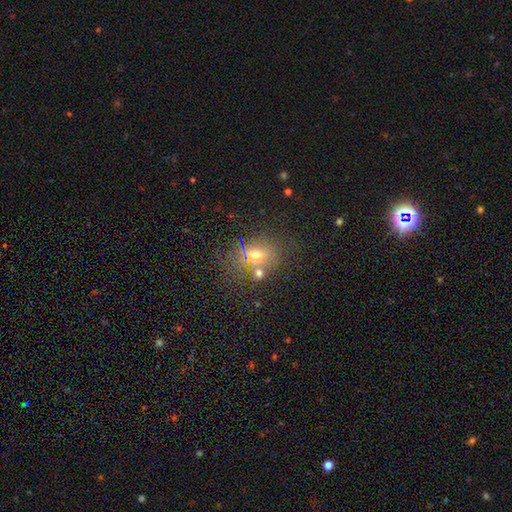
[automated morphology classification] smooth 55%, star or artifact 28%, featured or disk 18%. Down the decision tree: how rounded — round (53%); merging — none (70%).